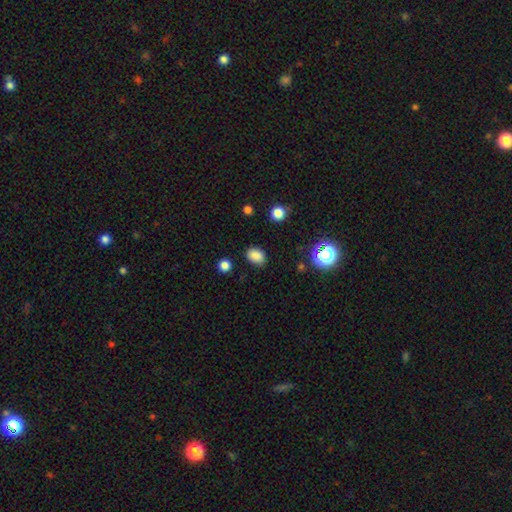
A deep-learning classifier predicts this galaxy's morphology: smooth 84%, star or artifact 12%, featured or disk 4%. Down the decision tree: how rounded — in between (70%); merging — none (84%).